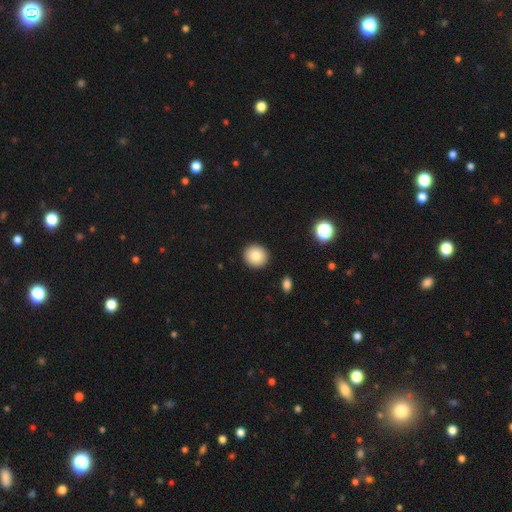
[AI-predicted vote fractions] This appears to be a smooth galaxy with no disk features (84%) that is round (91%). Merging: none (92%).